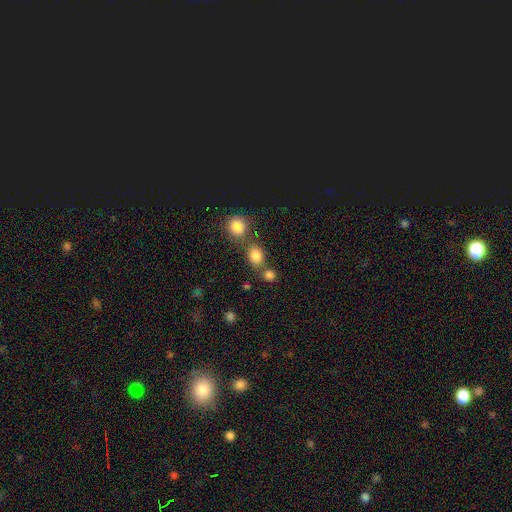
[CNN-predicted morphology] smooth-or-featured: smooth: 83% | star or artifact: 12% | featured or disk: 5%
  how-rounded: round: 50% | in between: 48% | cigar-shaped: 2%
  merging: none: 60% | merger: 26% | minor disturbance: 10% | major disturbance: 5%